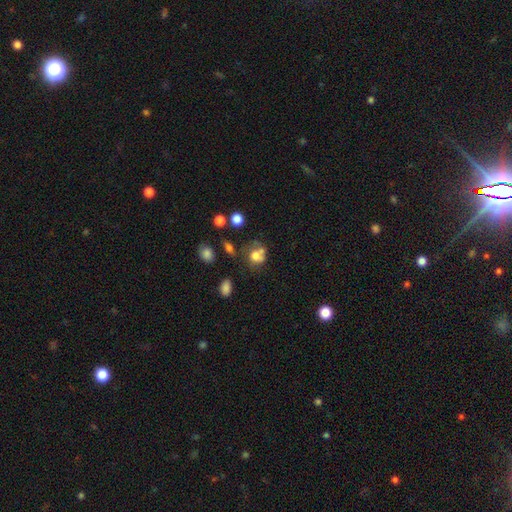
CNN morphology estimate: Smooth or featured?
  - smooth: 69% *
  - featured or disk: 19%
  - star or artifact: 13%
How rounded?
  - round: 62% *
  - in between: 37%
  - cigar-shaped: 1%
Merging?
  - none: 35% *
  - merger: 34%
  - minor disturbance: 17%
  - major disturbance: 14%